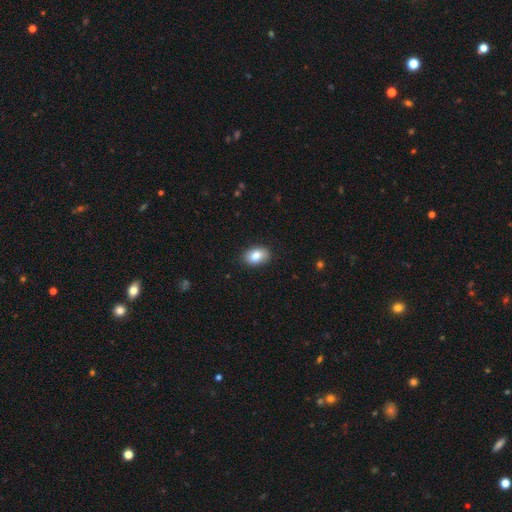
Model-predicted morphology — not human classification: A smooth galaxy with no disk features (85%) that is in between round and cigar-shaped (86%). Merging: none (85%).